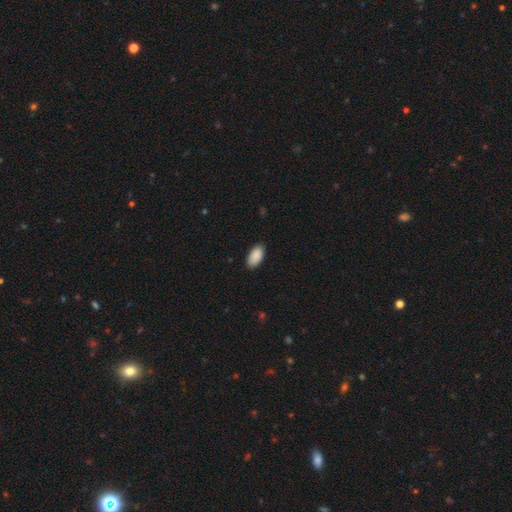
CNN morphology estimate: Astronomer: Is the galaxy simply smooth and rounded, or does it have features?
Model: smooth — 90%.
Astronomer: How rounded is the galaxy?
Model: in between — 95%.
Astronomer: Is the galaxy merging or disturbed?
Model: none — 87%.